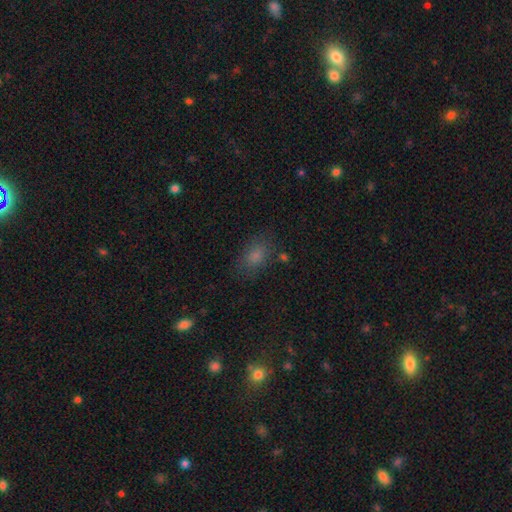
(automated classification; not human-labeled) Smooth or featured? smooth (77%)
How rounded? in between (81%)
Merging? none (74%)